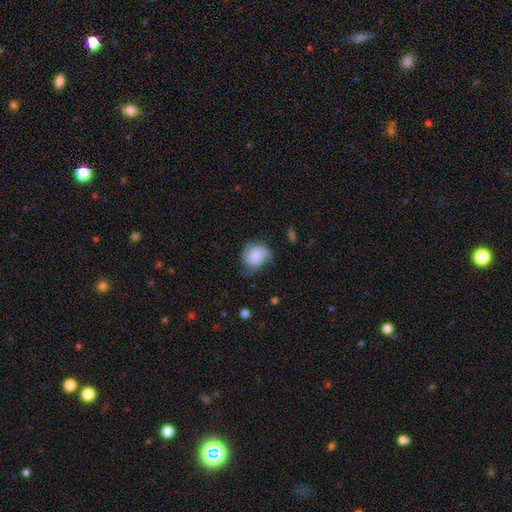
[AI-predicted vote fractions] smooth_or_featured: smooth (p=0.64) [alt: featured or disk p=0.28]
how_rounded: round (p=0.66) [alt: in between p=0.33]
merging: none (p=0.48) [alt: minor disturbance p=0.34]